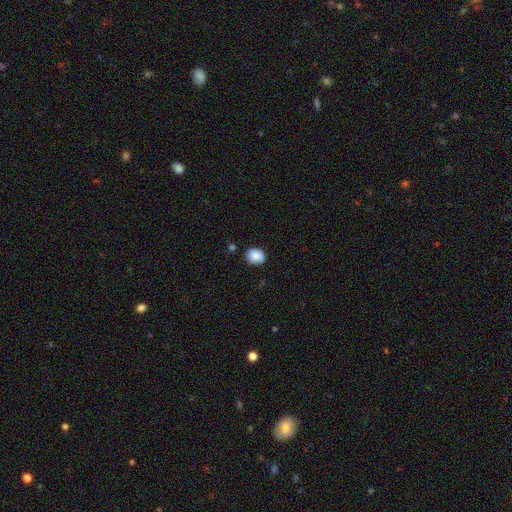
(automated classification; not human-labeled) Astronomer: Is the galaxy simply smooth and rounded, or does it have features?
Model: smooth — 84%.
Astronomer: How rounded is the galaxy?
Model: round — 58% (runner-up: in between, 41%).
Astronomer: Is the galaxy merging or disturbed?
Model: none — 79%.